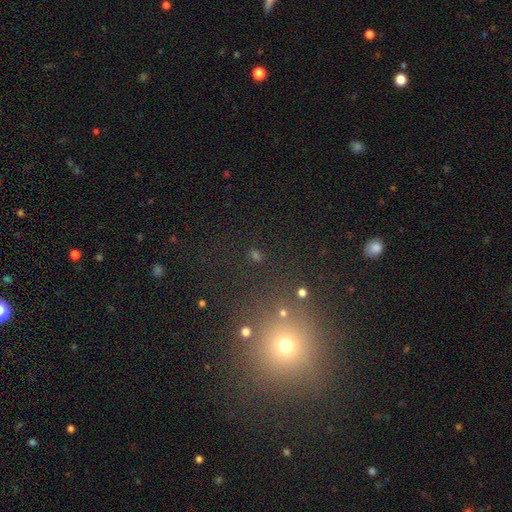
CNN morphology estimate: type=smooth (48%); merging=none (81%).